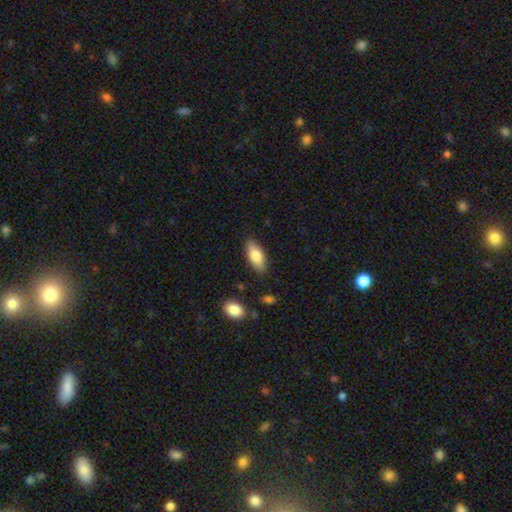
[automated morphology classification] Q: Smooth or featured?
A: smooth (75%); runner-up: featured or disk (19%)
Q: How rounded?
A: in between (79%); runner-up: cigar-shaped (18%)
Q: Merging?
A: none (84%); runner-up: minor disturbance (11%)